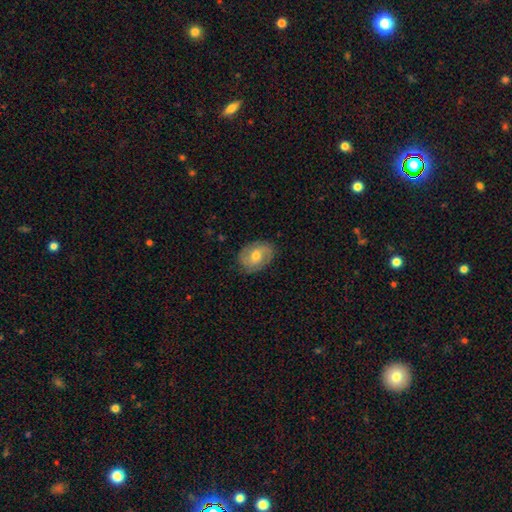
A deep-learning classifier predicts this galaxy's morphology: This appears to be a featured or disk galaxy (60%) with no bar (51%), spiral arms (85%) and a moderate central bulge (73%). Merging: none (81%).